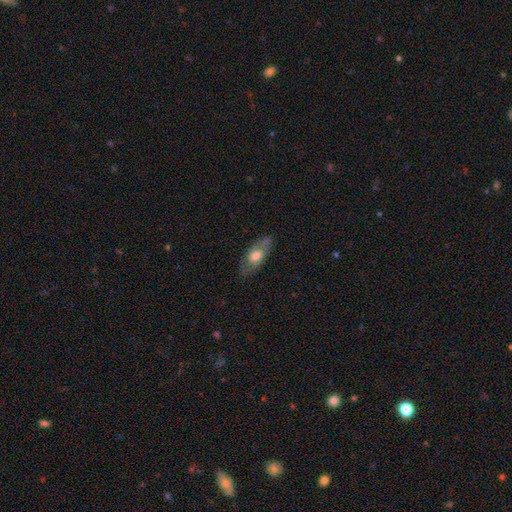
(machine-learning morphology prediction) A smooth galaxy with no disk features (49%). Merging: none (74%).